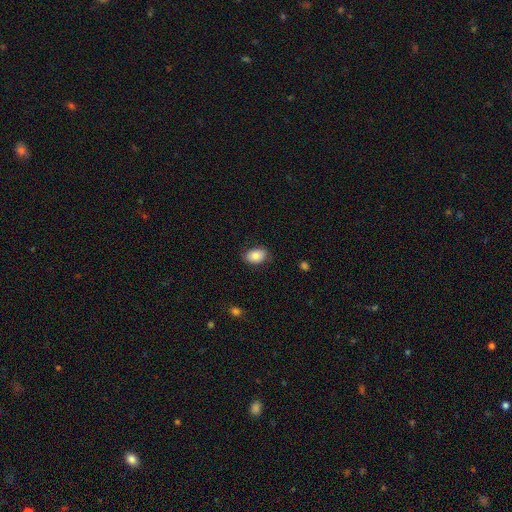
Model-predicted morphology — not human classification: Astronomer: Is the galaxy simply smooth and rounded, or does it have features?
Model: smooth — 84%.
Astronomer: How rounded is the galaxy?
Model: in between — 83%.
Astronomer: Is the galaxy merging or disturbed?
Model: none — 80%.